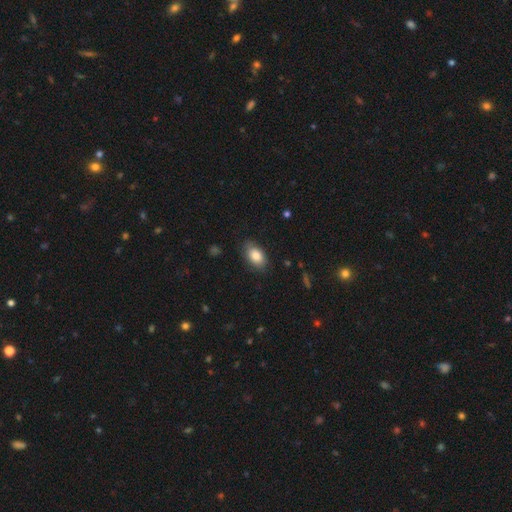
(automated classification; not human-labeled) Smooth or featured? Predicted: smooth (p=0.83). How rounded? Predicted: in between (p=0.89). Merging? Predicted: none (p=0.80).